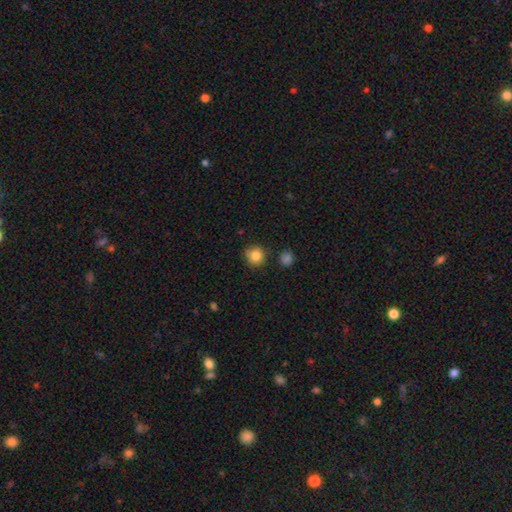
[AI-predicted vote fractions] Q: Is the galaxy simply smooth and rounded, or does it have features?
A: smooth — 84%.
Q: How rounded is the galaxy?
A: round — 91%.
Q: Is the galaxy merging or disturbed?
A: none — 82%.